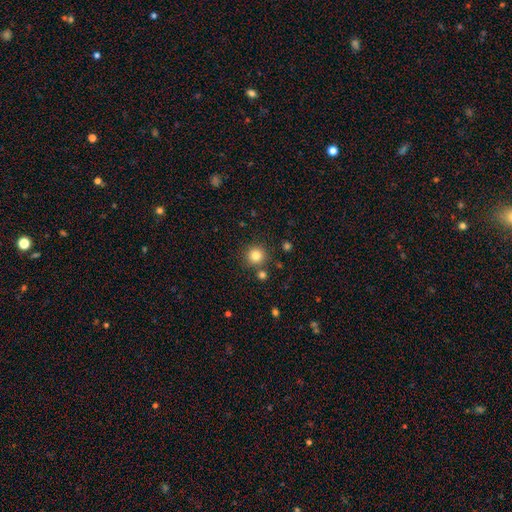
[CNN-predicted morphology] smooth 82%, star or artifact 12%, featured or disk 6%. Down the decision tree: how rounded — round (95%); merging — none (85%).